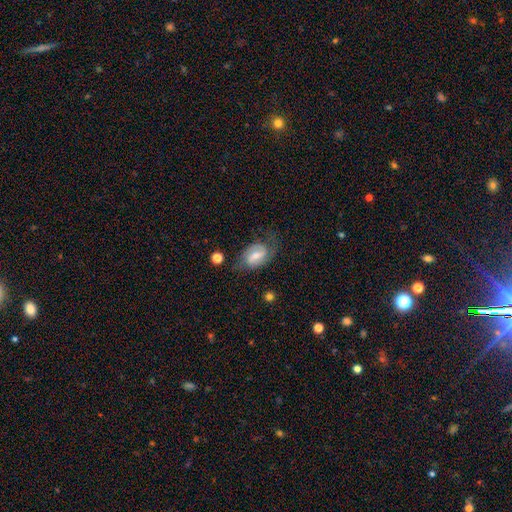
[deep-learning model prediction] Smooth or featured? featured or disk (70%)
Edge-on disk? no (96%)
Bar? weak (53%)
Spiral arms? yes (90%)
Spiral winding? medium (47%)
Spiral arm count? 2 (83%)
Bulge size? moderate (45%)
Merging? none (62%)